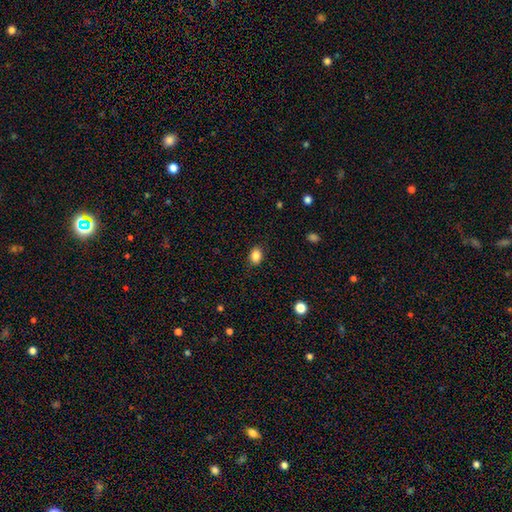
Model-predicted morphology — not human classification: Q: Smooth or featured?
A: smooth (86%); runner-up: star or artifact (9%)
Q: How rounded?
A: in between (68%); runner-up: round (31%)
Q: Merging?
A: none (86%); runner-up: minor disturbance (10%)